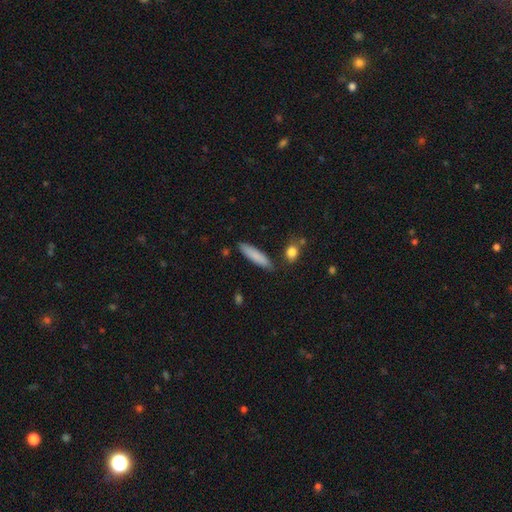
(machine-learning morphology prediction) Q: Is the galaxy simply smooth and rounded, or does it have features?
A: smooth — 83%.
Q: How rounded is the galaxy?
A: cigar-shaped — 77%.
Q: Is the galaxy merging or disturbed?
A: none — 85%.